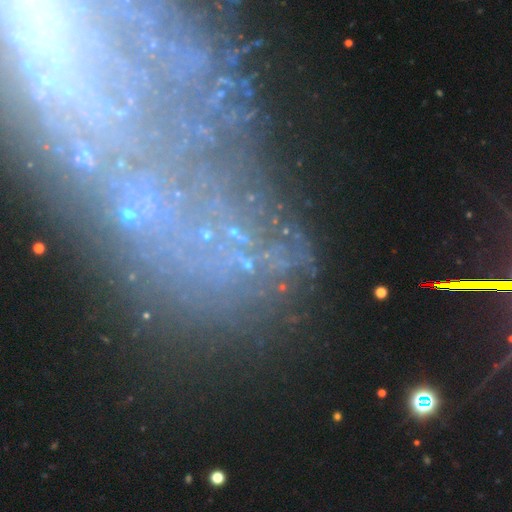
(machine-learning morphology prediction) Overall: star or artifact (48%; featured or disk 34%).